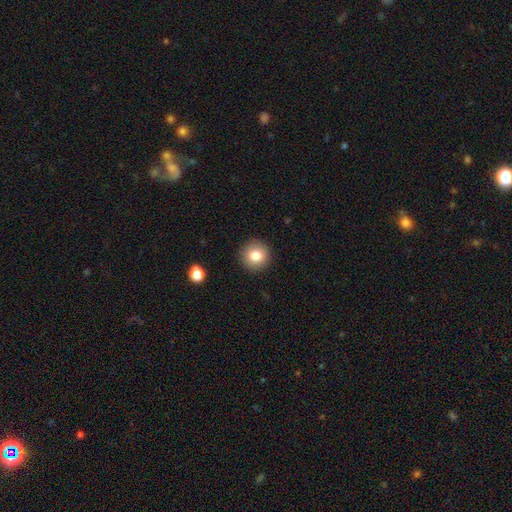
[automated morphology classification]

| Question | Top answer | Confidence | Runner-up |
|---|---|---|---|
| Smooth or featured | smooth | 82% | star or artifact (10%) |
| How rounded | round | 94% | in between (5%) |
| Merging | none | 91% | minor disturbance (6%) |